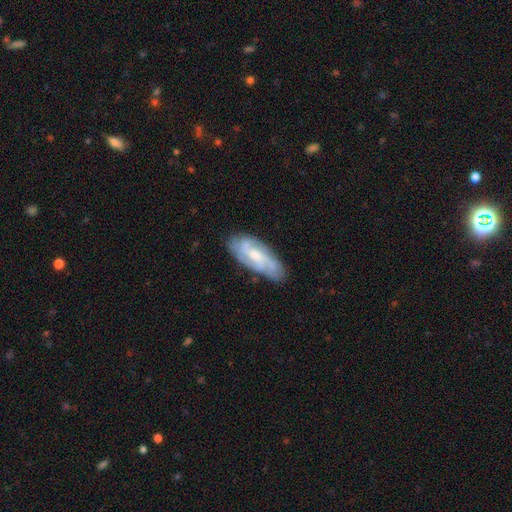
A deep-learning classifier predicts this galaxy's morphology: smooth-or-featured: featured or disk: 72% | smooth: 22% | star or artifact: 6%
  disk-edge-on: no: 90% | yes: 10%
    bar: no: 54% | weak: 38% | strong: 8%
    has-spiral-arms: yes: 91% | no: 9%
      spiral-winding: medium: 43% | tight: 40% | loose: 17%
      spiral-arm-count: can't tell: 30% | 3: 27% | 2: 25% | 4: 11% | 1: 4% | more than 4: 3%
    bulge-size: small: 46% | moderate: 45% | none: 5% | large: 3% | dominant: 1%
  merging: none: 75% | minor disturbance: 19% | major disturbance: 5% | merger: 2%